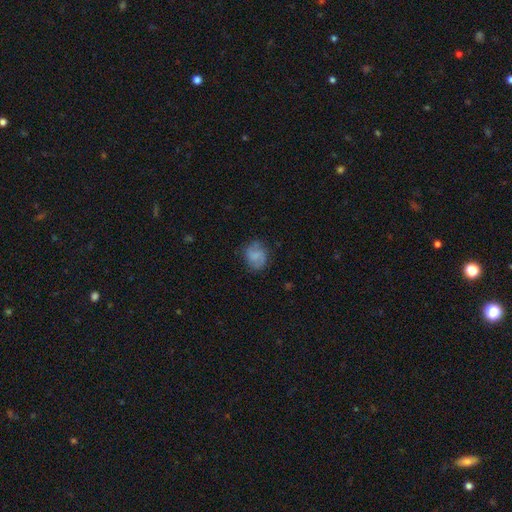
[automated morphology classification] A smooth galaxy with no disk features (53%) that is round (64%). Merging: none (74%).